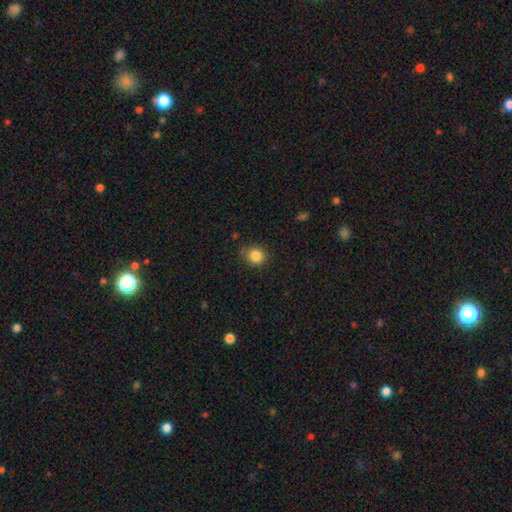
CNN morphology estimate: Smooth or featured: smooth — 84% (star or artifact — 11%)
How rounded: round — 76% (in between — 23%)
Merging: none — 78% (minor disturbance — 17%)